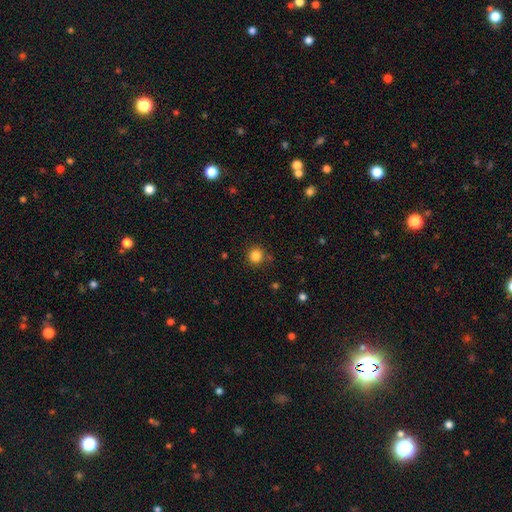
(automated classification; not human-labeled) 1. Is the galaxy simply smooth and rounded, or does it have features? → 84% smooth, 12% star or artifact, 4% featured or disk.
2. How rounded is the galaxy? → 93% round, 6% in between, 1% cigar-shaped.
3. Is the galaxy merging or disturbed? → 87% none, 8% minor disturbance, 3% major disturbance, 2% merger.